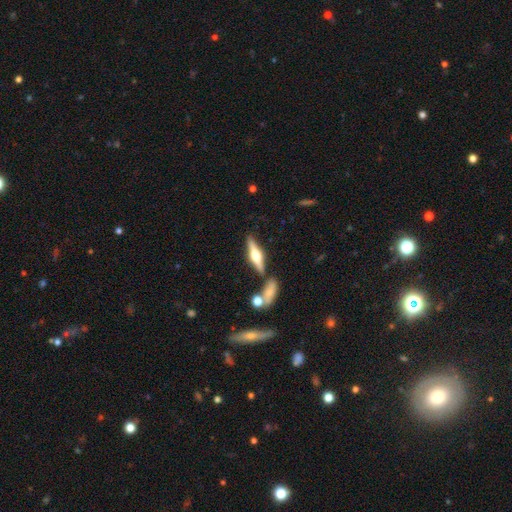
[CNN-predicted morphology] Smooth or featured? featured or disk (69%)
Edge-on disk? yes (96%)
Edge-on bulge? rounded (93%)
Merging? none (76%)